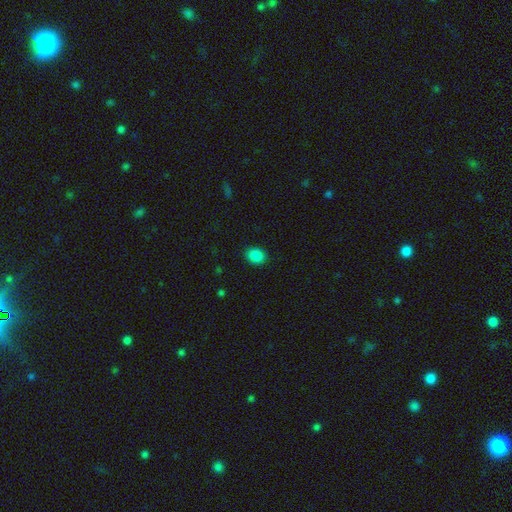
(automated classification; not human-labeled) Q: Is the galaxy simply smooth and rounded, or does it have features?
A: smooth — 87%.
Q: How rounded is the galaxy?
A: in between — 58%.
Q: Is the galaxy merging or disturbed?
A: none — 89%.